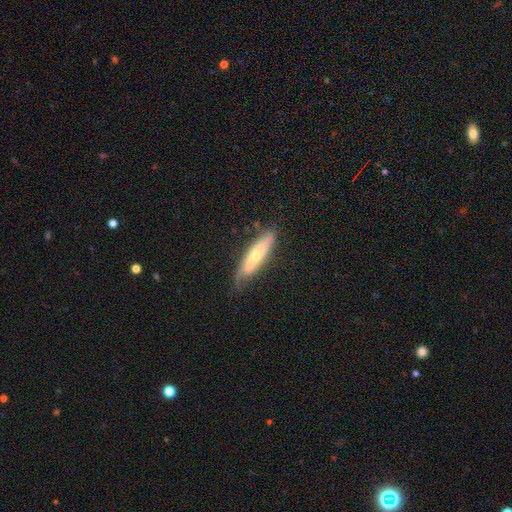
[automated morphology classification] Smooth or featured? featured or disk (49%)
Merging? none (68%)